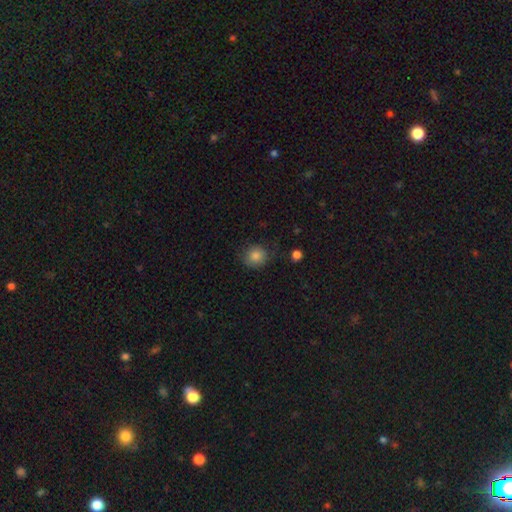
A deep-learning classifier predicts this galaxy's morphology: Smooth or featured? Predicted: smooth (p=0.85). How rounded? Predicted: round (p=0.87). Merging? Predicted: none (p=0.79).